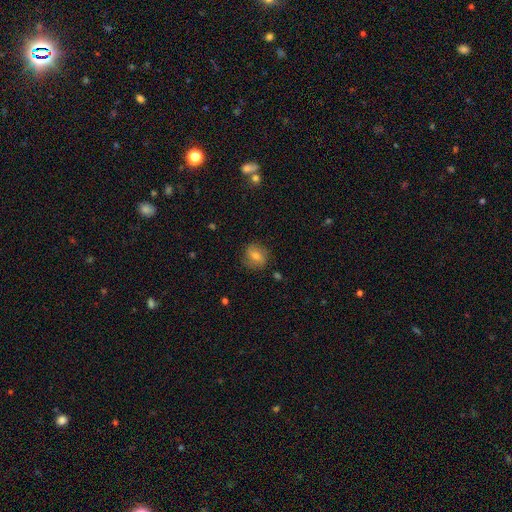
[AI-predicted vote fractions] Morphology: type=smooth (54%); roundness=round (63%); merging=none (80%).